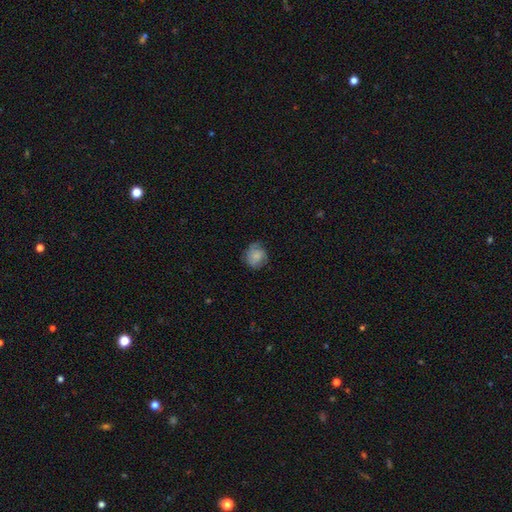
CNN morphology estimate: type=smooth (57%); roundness=round (72%); merging=none (65%).